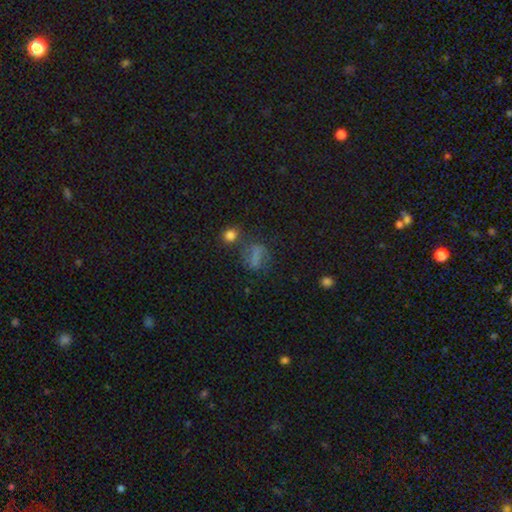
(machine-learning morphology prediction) Smooth or featured? Predicted: smooth (p=0.59). How rounded? Predicted: in between (p=0.51). Merging? Predicted: none (p=0.55).